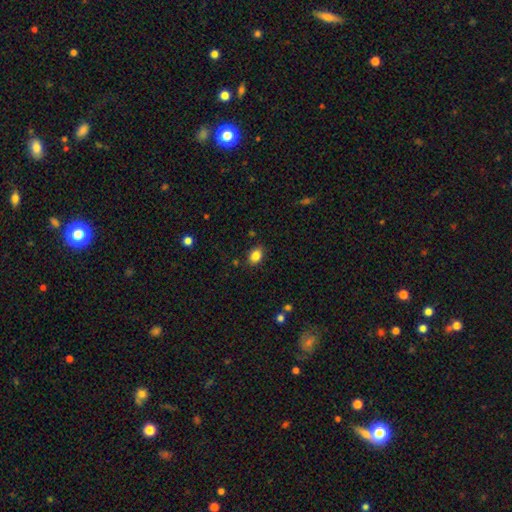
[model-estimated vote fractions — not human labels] A smooth galaxy with no disk features (85%) that is in between round and cigar-shaped (79%). Merging: none (86%).